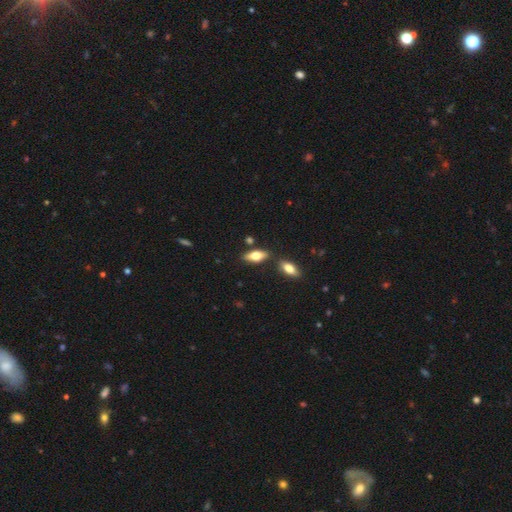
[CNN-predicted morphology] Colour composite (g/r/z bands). It shows a smooth galaxy with no disk features (63%) that is in between round and cigar-shaped (75%). Merging: none (78%).